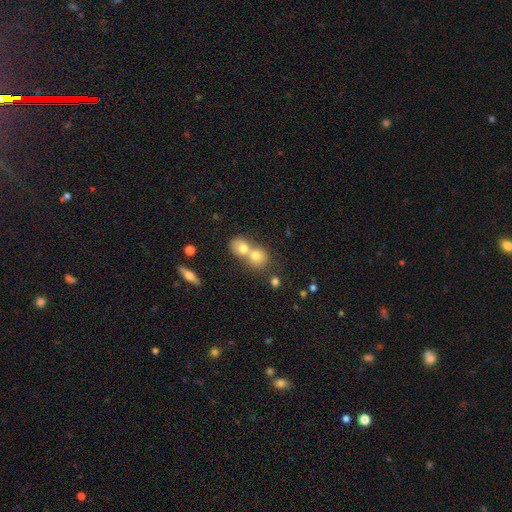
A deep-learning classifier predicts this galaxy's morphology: A smooth galaxy with no disk features (71%) that is round (70%). Merging: merger (67%).